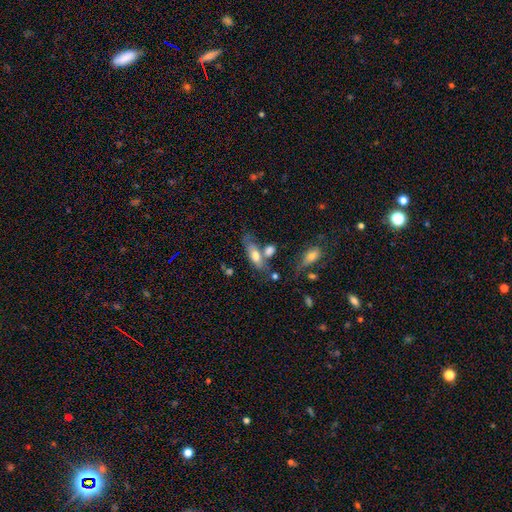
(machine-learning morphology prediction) This is likely a smooth galaxy (65%). How rounded: likely in between (66%). Merging: possibly none (46%).